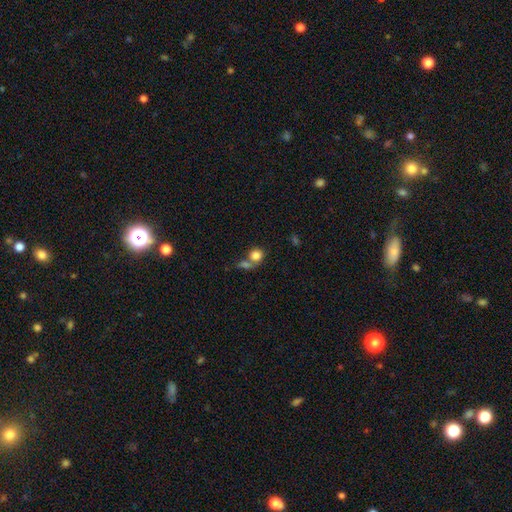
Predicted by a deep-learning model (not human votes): smooth-or-featured: smooth: 83% | star or artifact: 9% | featured or disk: 8%
  how-rounded: round: 77% | in between: 22% | cigar-shaped: 1%
  merging: none: 44% | merger: 41% | minor disturbance: 10% | major disturbance: 5%